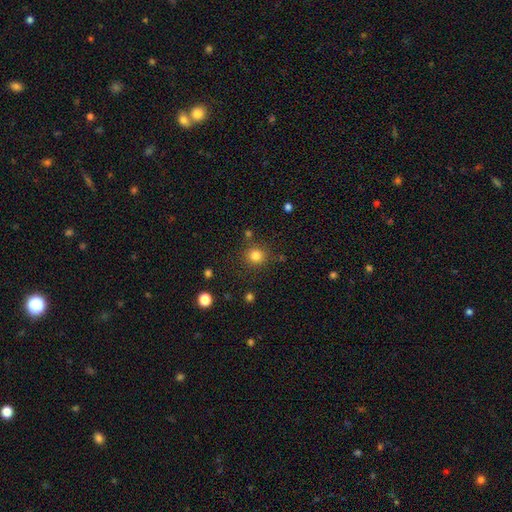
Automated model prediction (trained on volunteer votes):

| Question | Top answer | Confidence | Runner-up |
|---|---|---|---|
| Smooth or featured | smooth | 81% | star or artifact (13%) |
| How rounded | round | 91% | in between (8%) |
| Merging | none | 85% | minor disturbance (8%) |